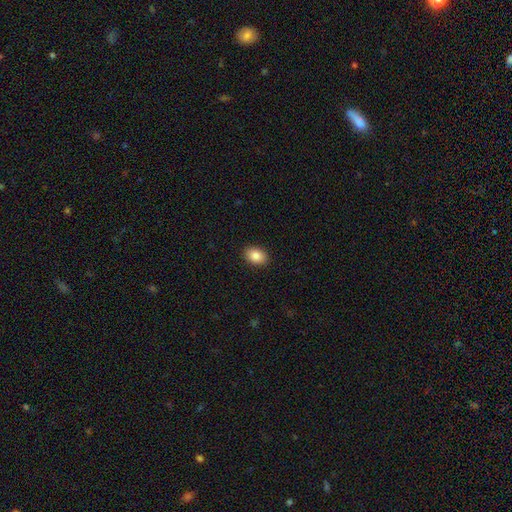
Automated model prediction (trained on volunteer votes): Smooth or featured?
  - smooth: 87% *
  - star or artifact: 8%
  - featured or disk: 5%
How rounded?
  - in between: 81% *
  - round: 18%
  - cigar-shaped: 1%
Merging?
  - none: 90% *
  - minor disturbance: 7%
  - major disturbance: 2%
  - merger: 1%